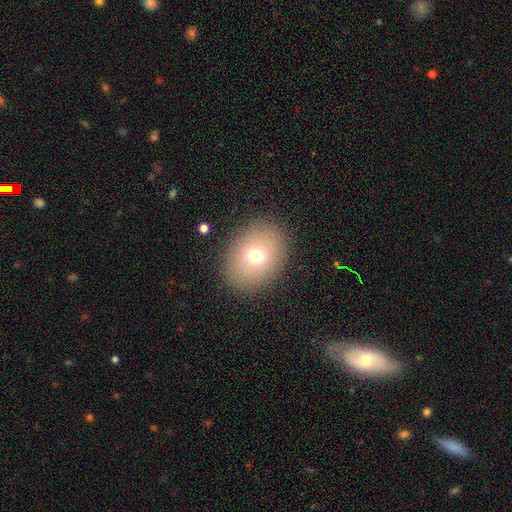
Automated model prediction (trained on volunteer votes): smooth-or-featured: smooth: 67% | featured or disk: 19% | star or artifact: 14%
  how-rounded: in between: 54% | round: 45% | cigar-shaped: 1%
  merging: none: 87% | minor disturbance: 8% | major disturbance: 4% | merger: 1%